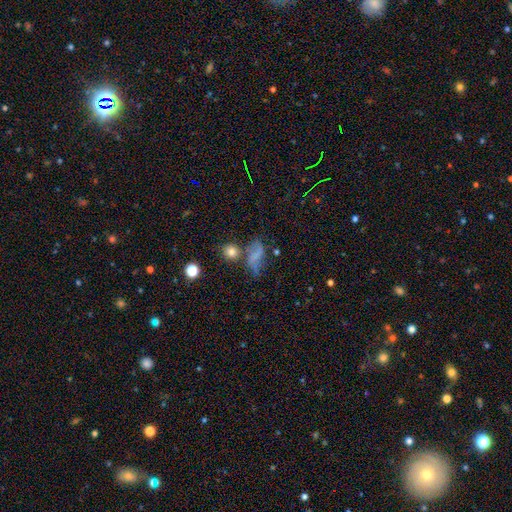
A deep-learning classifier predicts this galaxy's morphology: A smooth galaxy with no disk features (46%).

Vote fractions:
- Smooth or featured? smooth: 46% / featured or disk: 38% / star or artifact: 17%
- Merging? none: 43% / minor disturbance: 23% / major disturbance: 19% / merger: 15%